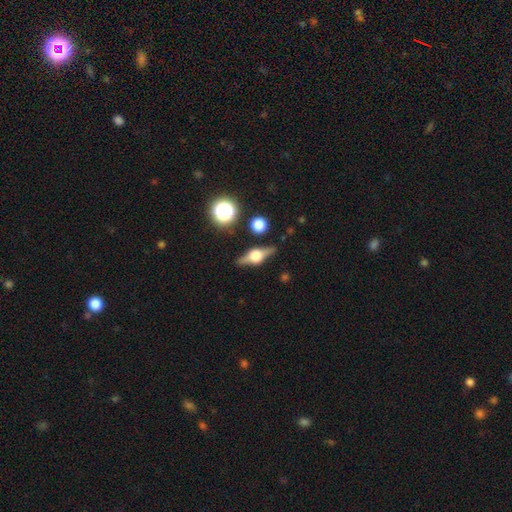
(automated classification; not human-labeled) The model was most divided on "smooth or featured": featured or disk: 76%, smooth: 17%, star or artifact: 8%. More confident: edge-on disk — yes (96%); edge-on bulge — rounded (94%); merging — none (84%).